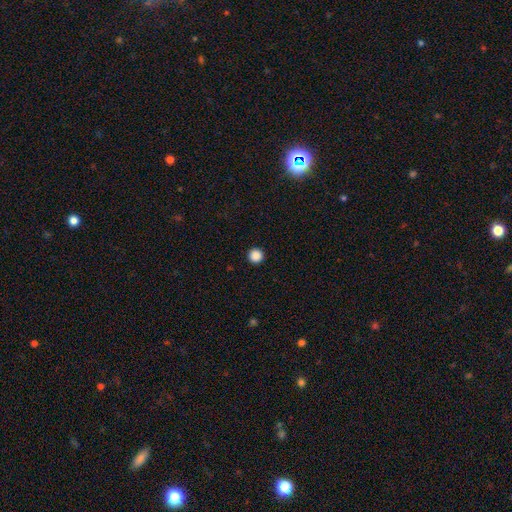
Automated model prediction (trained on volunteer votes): Q: Smooth or featured?
A: smooth (88%); runner-up: star or artifact (10%)
Q: How rounded?
A: round (97%); runner-up: in between (2%)
Q: Merging?
A: none (94%); runner-up: minor disturbance (4%)